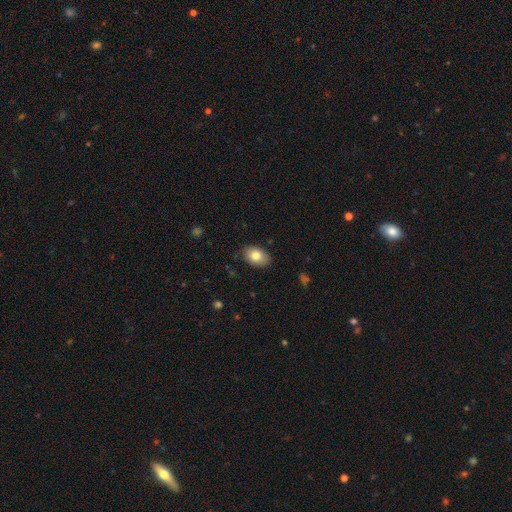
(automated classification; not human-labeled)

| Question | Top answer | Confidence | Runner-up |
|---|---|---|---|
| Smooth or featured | smooth | 82% | featured or disk (11%) |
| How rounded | in between | 85% | round (14%) |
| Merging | none | 85% | minor disturbance (12%) |